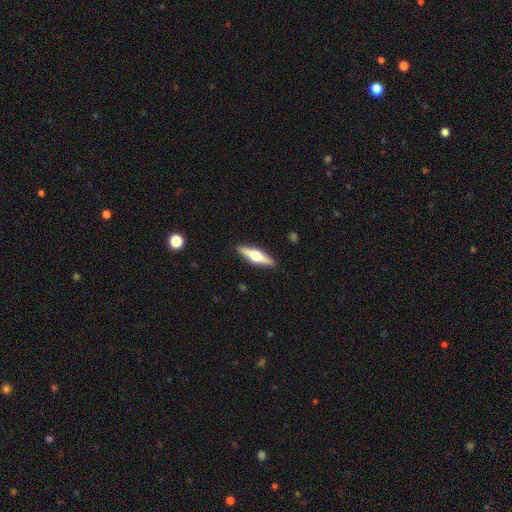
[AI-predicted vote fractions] Smooth or featured?
  - featured or disk: 64% *
  - smooth: 30%
  - star or artifact: 5%
Edge-on disk?
  - yes: 96% *
  - no: 4%
Edge-on bulge?
  - rounded: 94% *
  - boxy: 4%
  - none: 2%
Merging?
  - none: 91% *
  - minor disturbance: 7%
  - major disturbance: 2%
  - merger: 1%